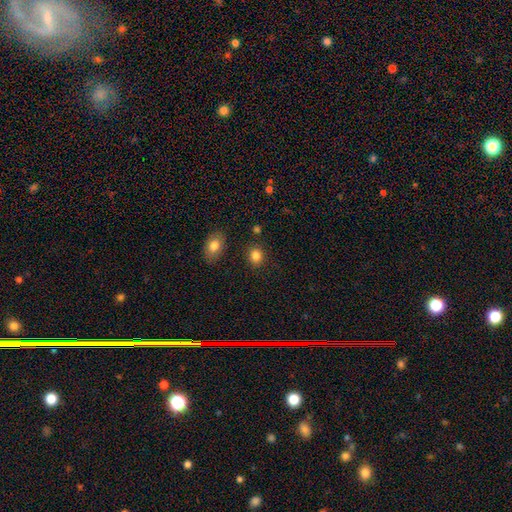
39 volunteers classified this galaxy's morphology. Smooth or featured?
  - smooth: 92% *
  - star or artifact: 5%
  - featured or disk: 3%
How rounded?
  - round: 61% *
  - in between: 39%
  - cigar-shaped: 0%
Merging?
  - none: 89% *
  - minor disturbance: 5%
  - merger: 5%
  - major disturbance: 0%